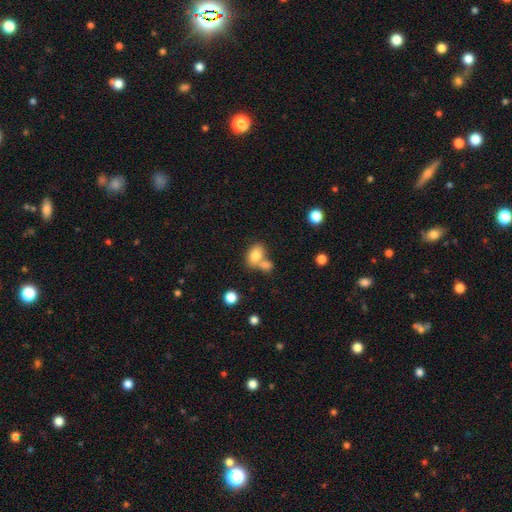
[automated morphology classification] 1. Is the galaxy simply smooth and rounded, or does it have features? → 80% smooth, 11% featured or disk, 9% star or artifact.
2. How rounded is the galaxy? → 79% in between, 19% round, 1% cigar-shaped.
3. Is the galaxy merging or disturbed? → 47% merger, 37% none, 11% minor disturbance, 5% major disturbance.